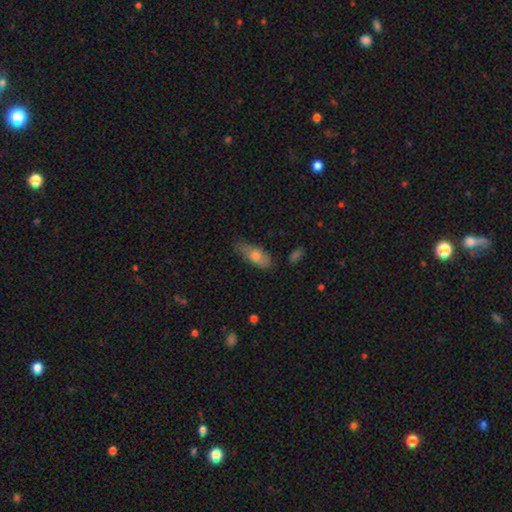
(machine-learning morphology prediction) A smooth galaxy with no disk features (66%) that is in between round and cigar-shaped (81%).

Vote fractions:
- Smooth or featured? smooth: 66% / featured or disk: 27% / star or artifact: 7%
- How rounded? in between: 81% / cigar-shaped: 15% / round: 4%
- Merging? none: 57% / minor disturbance: 32% / major disturbance: 8% / merger: 2%